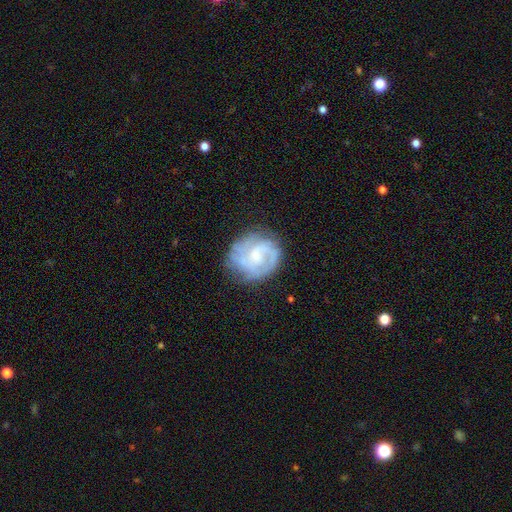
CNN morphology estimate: featured or disk 75%, smooth 18%, star or artifact 7%. Down the decision tree: edge-on disk — no (98%); bar — no (53%); spiral arms — yes (89%); spiral arm count — 2 (37%); spiral winding — tight (48%); bulge size — small (46%); merging — none (69%).